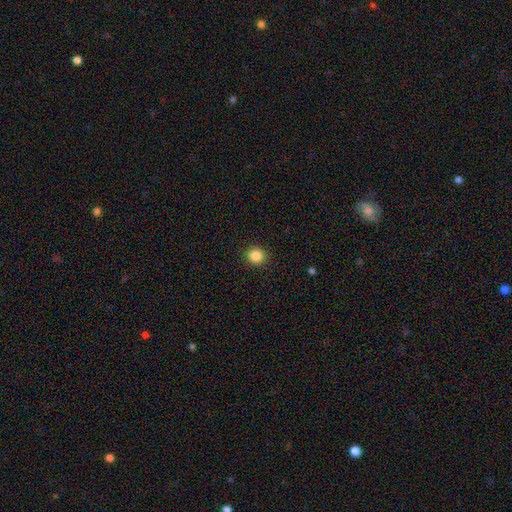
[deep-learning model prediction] The model was most divided on "smooth or featured": smooth: 86%, star or artifact: 10%, featured or disk: 4%. More confident: merging — none (92%); how rounded — round (90%).